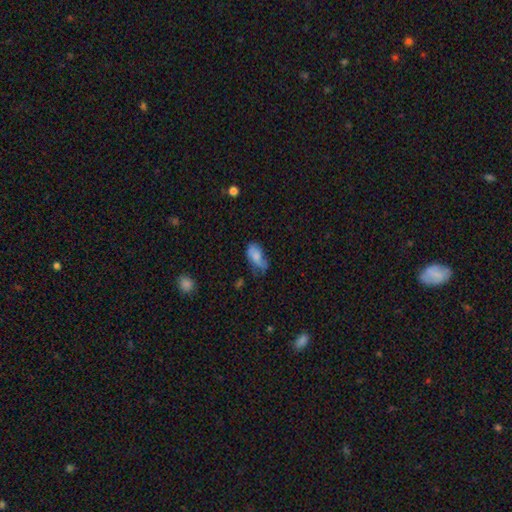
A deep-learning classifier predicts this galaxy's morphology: smooth_or_featured: smooth (p=0.65) [alt: featured or disk p=0.27]
how_rounded: in between (p=0.92) [alt: round p=0.04]
merging: none (p=0.45) [alt: minor disturbance p=0.36]